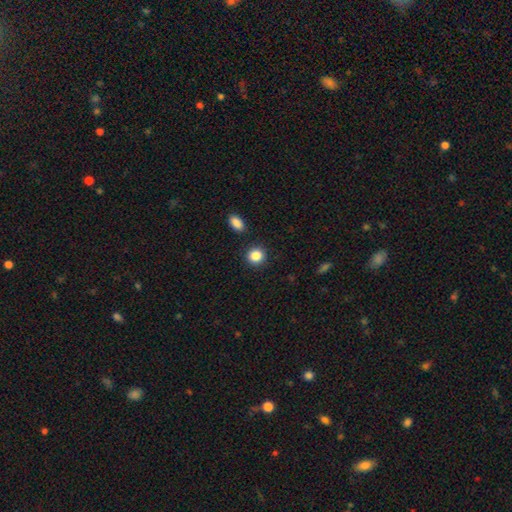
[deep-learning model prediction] Smooth or featured? Predicted: smooth (p=0.87). How rounded? Predicted: round (p=0.86). Merging? Predicted: none (p=0.88).